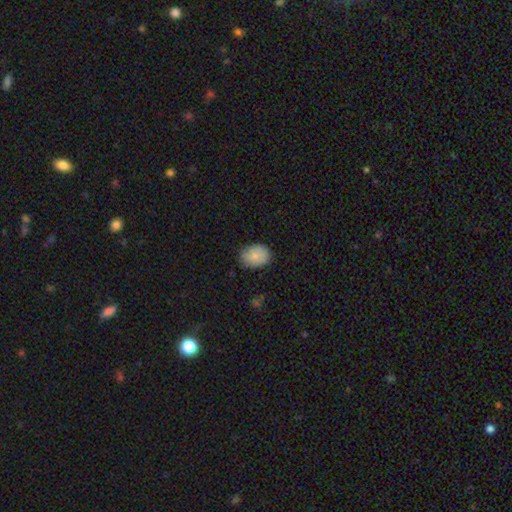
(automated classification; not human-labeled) Smooth or featured? Predicted: smooth (p=0.84). How rounded? Predicted: in between (p=0.70). Merging? Predicted: none (p=0.78).